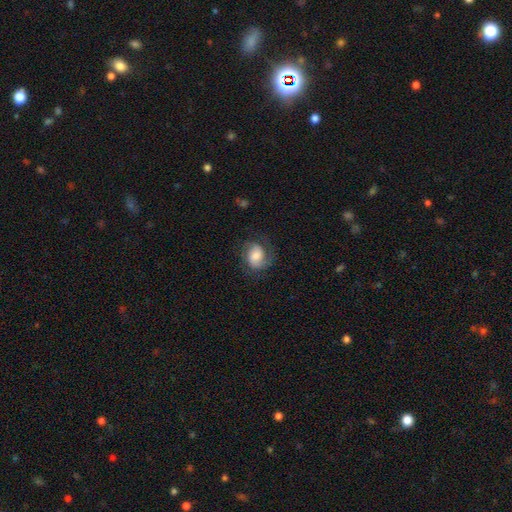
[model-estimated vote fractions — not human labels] Q: Smooth or featured?
A: featured or disk (48%); runner-up: smooth (43%)
Q: Merging?
A: none (61%); runner-up: minor disturbance (22%)